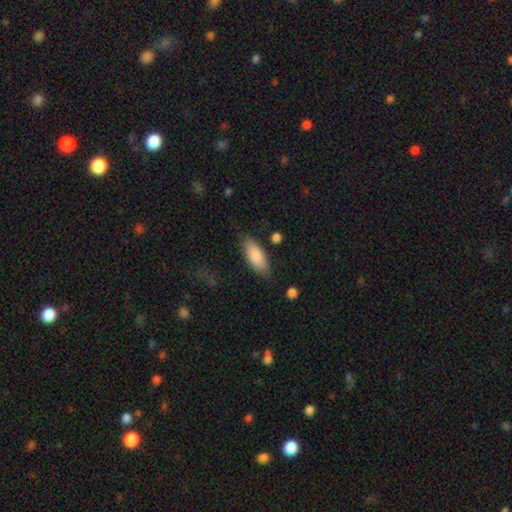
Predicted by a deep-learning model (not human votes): This is clearly a smooth galaxy (87%). How rounded: likely in between (80%). Merging: clearly none (81%).